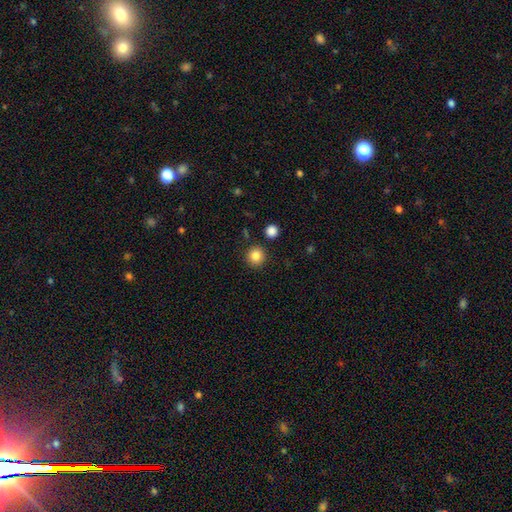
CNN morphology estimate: A smooth galaxy with no disk features (84%) that is round (94%). Merging: none (90%).